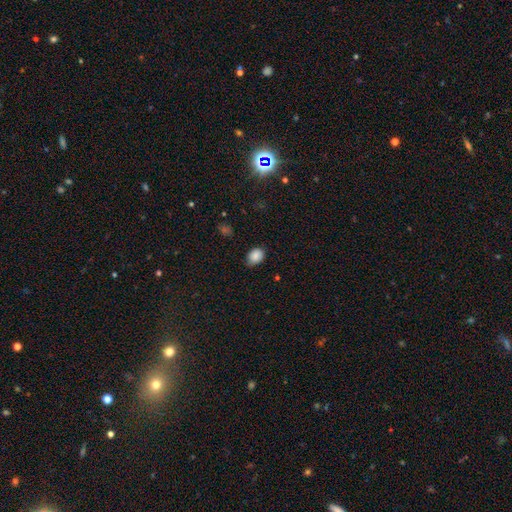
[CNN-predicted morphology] This is clearly a smooth galaxy (87%). How rounded: likely in between (66%). Merging: likely none (71%).